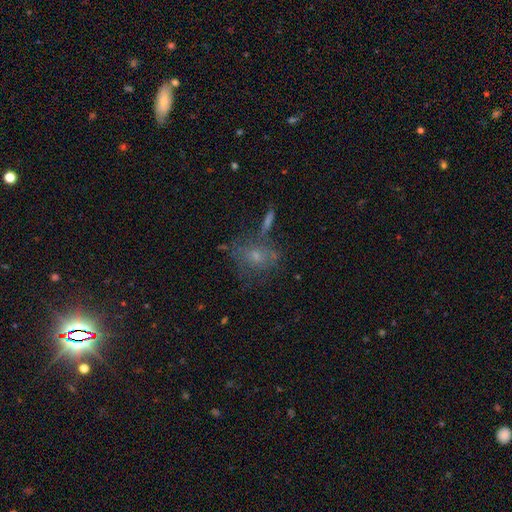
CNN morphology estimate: smooth-or-featured: smooth: 45% | featured or disk: 38% | star or artifact: 17%
  merging: none: 53% | minor disturbance: 19% | major disturbance: 15% | merger: 12%